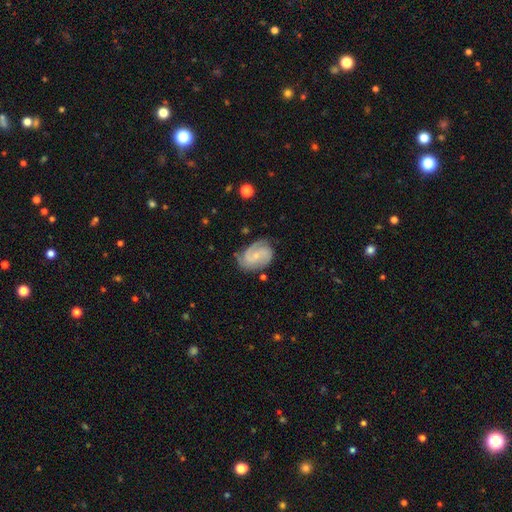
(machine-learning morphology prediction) Smooth or featured?
  - featured or disk: 82% *
  - smooth: 13%
  - star or artifact: 6%
Edge-on disk?
  - no: 98% *
  - yes: 2%
Bar?
  - no: 53% *
  - weak: 39%
  - strong: 8%
Spiral arms?
  - yes: 96% *
  - no: 4%
Spiral winding?
  - tight: 45% *
  - medium: 43%
  - loose: 12%
Spiral arm count?
  - 2: 55% *
  - 3: 22%
  - can't tell: 12%
  - 1: 5%
  - 4: 3%
  - more than 4: 3%
Bulge size?
  - small: 70% *
  - moderate: 18%
  - none: 9%
  - large: 1%
  - dominant: 1%
Merging?
  - none: 69% *
  - minor disturbance: 21%
  - major disturbance: 8%
  - merger: 2%